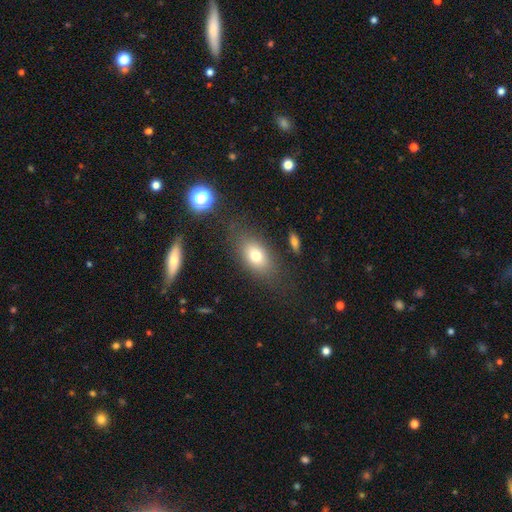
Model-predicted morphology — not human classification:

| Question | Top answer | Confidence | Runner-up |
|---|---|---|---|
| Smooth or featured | smooth | 74% | featured or disk (15%) |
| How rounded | in between | 80% | round (16%) |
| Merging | none | 76% | minor disturbance (14%) |